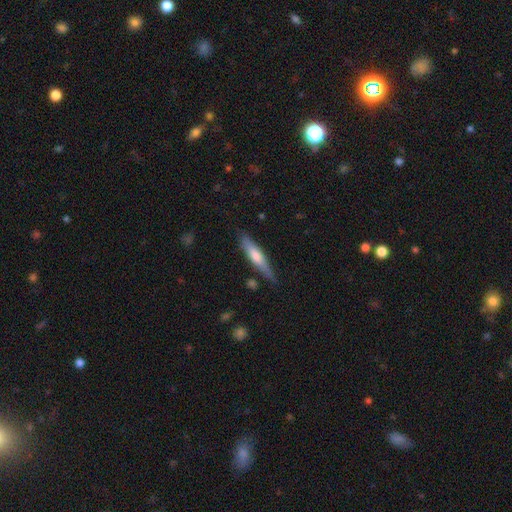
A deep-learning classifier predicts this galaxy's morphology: type=smooth (49%); merging=none (79%).